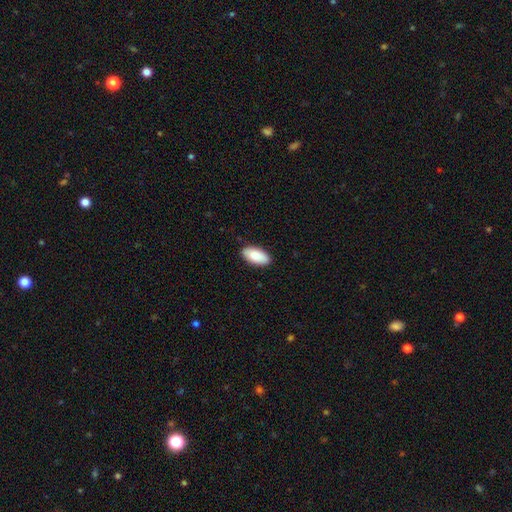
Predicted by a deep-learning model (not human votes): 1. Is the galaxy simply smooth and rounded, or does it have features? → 88% smooth, 6% featured or disk, 6% star or artifact.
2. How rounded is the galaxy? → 93% in between, 5% cigar-shaped, 2% round.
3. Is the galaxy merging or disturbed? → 89% none, 8% minor disturbance, 2% major disturbance, 1% merger.